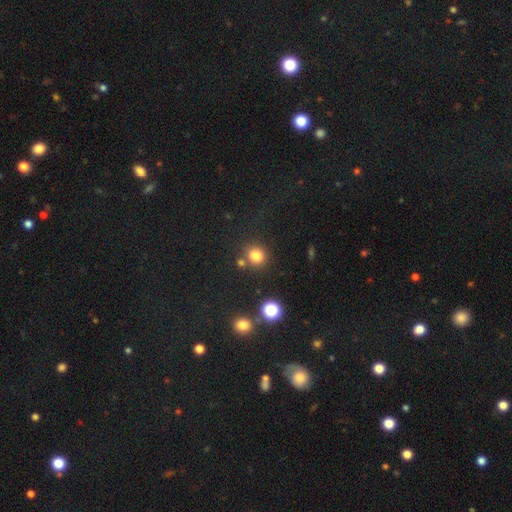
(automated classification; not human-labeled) A smooth galaxy with no disk features (80%) that is round (86%). Merging: none (76%).